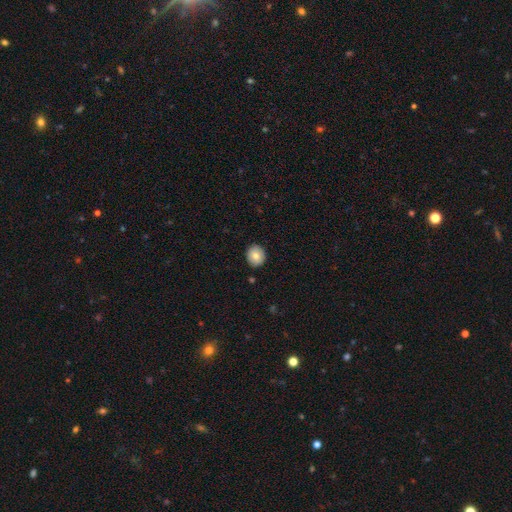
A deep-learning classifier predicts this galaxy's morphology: This is likely a smooth galaxy (80%). How rounded: clearly round (82%). Merging: clearly none (89%).